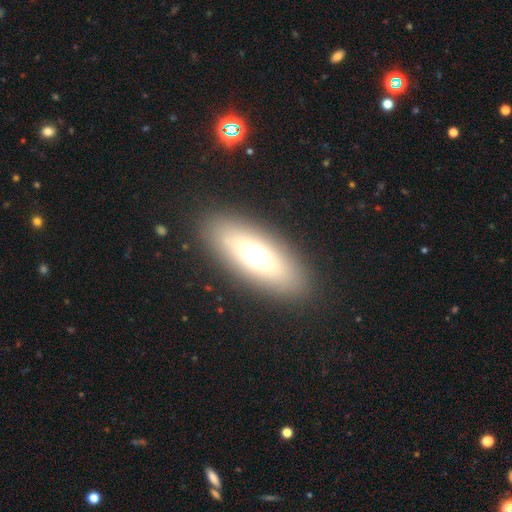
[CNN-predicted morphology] A smooth galaxy with no disk features (58%) that is in between round and cigar-shaped (73%).

Vote fractions:
- Smooth or featured? smooth: 58% / featured or disk: 30% / star or artifact: 12%
- How rounded? in between: 73% / cigar-shaped: 21% / round: 6%
- Merging? none: 87% / minor disturbance: 8% / major disturbance: 4% / merger: 1%